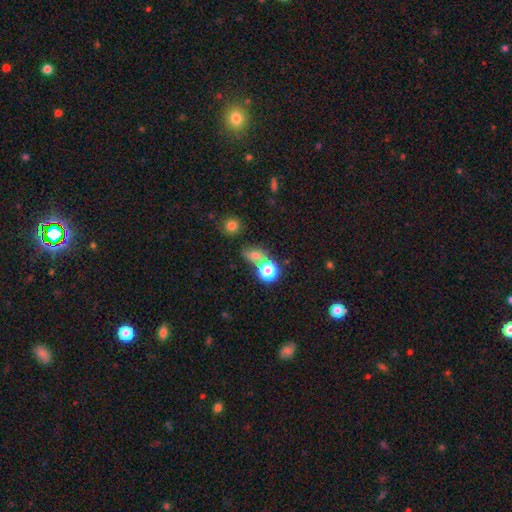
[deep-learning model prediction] This appears to be a smooth galaxy with no disk features (60%) that is round (51%). Merging: none (47%).